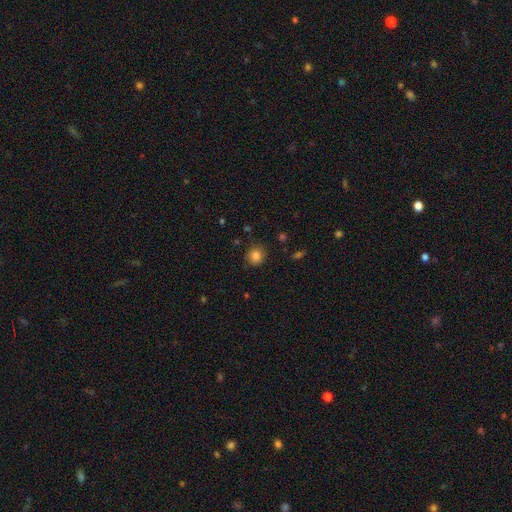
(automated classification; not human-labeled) smooth-or-featured: smooth: 83% | star or artifact: 11% | featured or disk: 6%
  how-rounded: round: 86% | in between: 13% | cigar-shaped: 1%
  merging: none: 85% | minor disturbance: 11% | major disturbance: 3% | merger: 1%